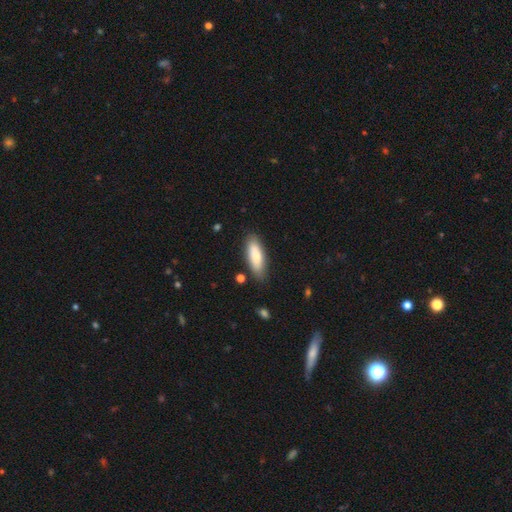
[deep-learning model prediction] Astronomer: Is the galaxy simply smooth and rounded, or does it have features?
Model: smooth — 81%.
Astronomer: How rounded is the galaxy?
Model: in between — 58% (runner-up: cigar-shaped, 40%).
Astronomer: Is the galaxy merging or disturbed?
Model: none — 84%.